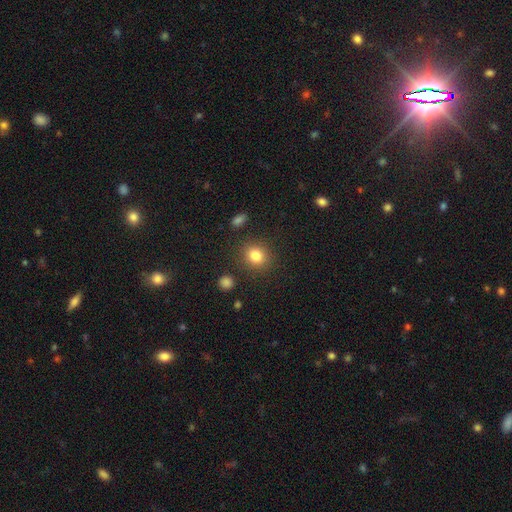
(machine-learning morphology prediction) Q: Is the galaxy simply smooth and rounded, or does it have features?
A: smooth — 83%.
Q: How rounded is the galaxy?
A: round — 77%.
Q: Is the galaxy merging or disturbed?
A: none — 86%.